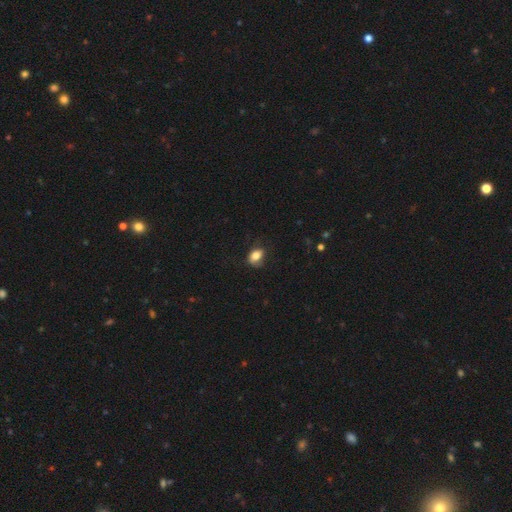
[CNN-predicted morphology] type=smooth (81%); roundness=in between (75%); merging=none (65%).